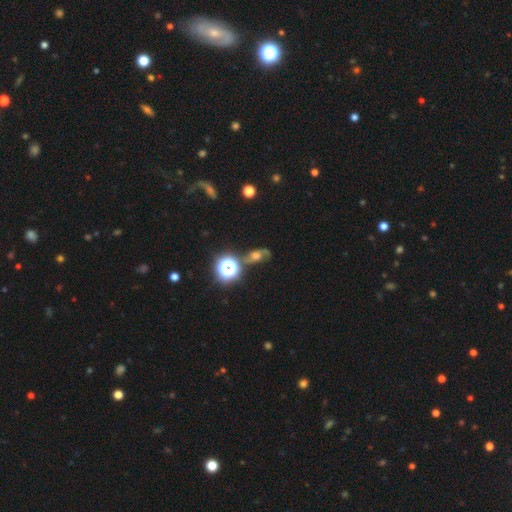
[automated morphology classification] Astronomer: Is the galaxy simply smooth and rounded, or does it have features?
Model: featured or disk — 47% (runner-up: smooth, 28%).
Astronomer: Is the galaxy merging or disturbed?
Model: none — 59%.